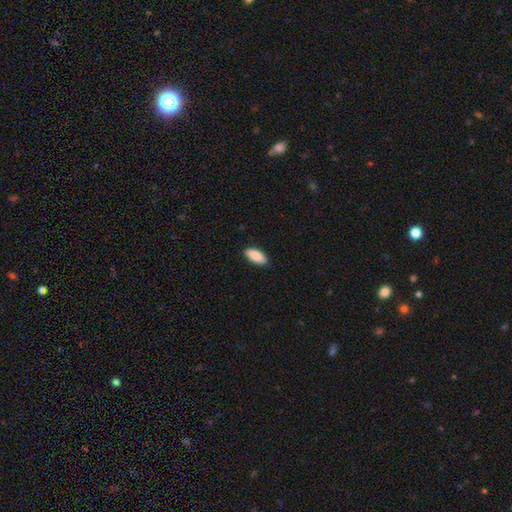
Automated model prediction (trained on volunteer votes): Smooth or featured?
  - smooth: 89% *
  - star or artifact: 6%
  - featured or disk: 5%
How rounded?
  - in between: 87% *
  - cigar-shaped: 11%
  - round: 2%
Merging?
  - none: 89% *
  - minor disturbance: 8%
  - major disturbance: 2%
  - merger: 1%